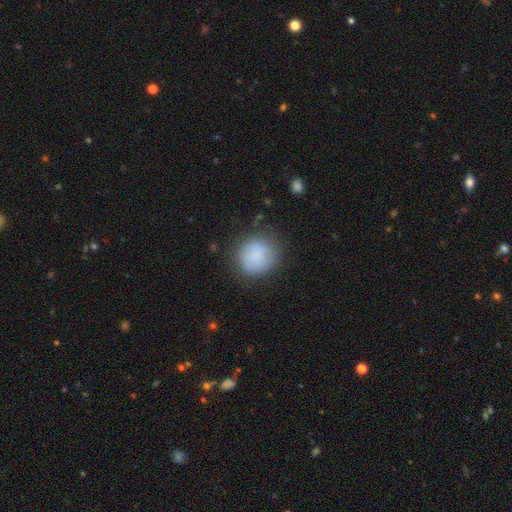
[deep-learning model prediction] The model was most divided on "merging": none: 73%, minor disturbance: 18%, major disturbance: 7%, merger: 2%. More confident: how rounded — round (84%); smooth or featured — smooth (84%).